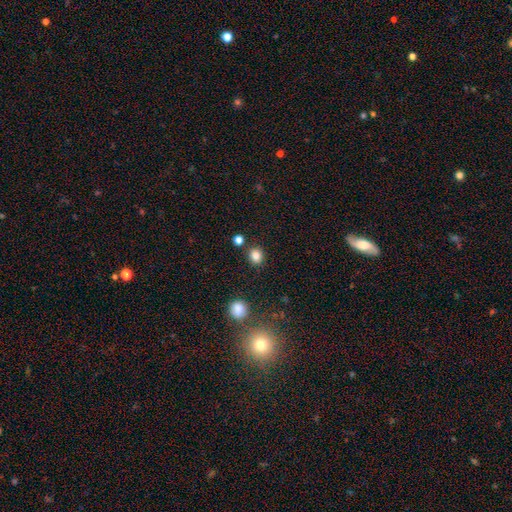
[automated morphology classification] A smooth galaxy with no disk features (83%) that is round (78%).

Vote fractions:
- Smooth or featured? smooth: 83% / star or artifact: 12% / featured or disk: 5%
- How rounded? round: 78% / in between: 21% / cigar-shaped: 1%
- Merging? none: 85% / minor disturbance: 8% / merger: 5% / major disturbance: 3%